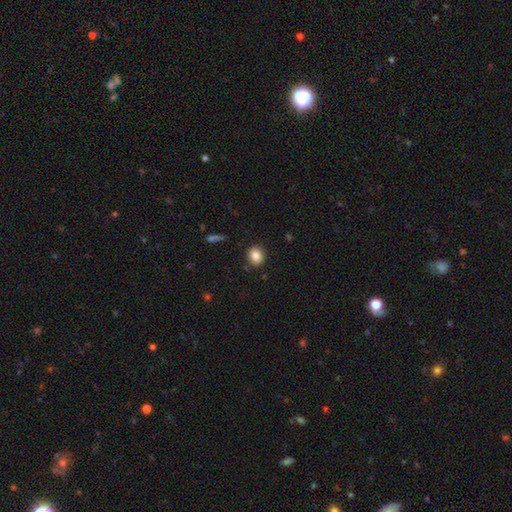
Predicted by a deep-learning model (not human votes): Smooth or featured? smooth (85%)
How rounded? round (68%)
Merging? none (89%)